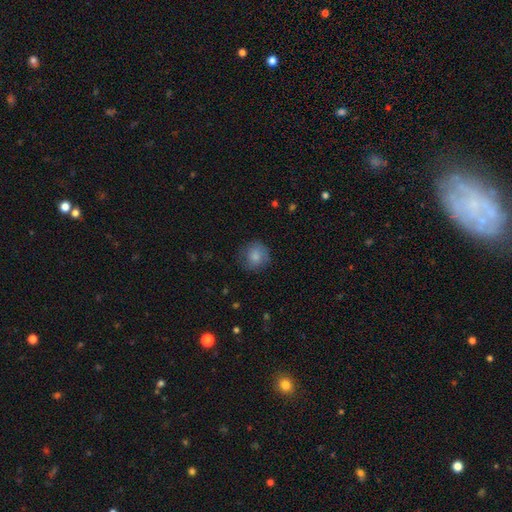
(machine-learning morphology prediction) Smooth or featured? smooth (82%)
How rounded? round (89%)
Merging? none (75%)